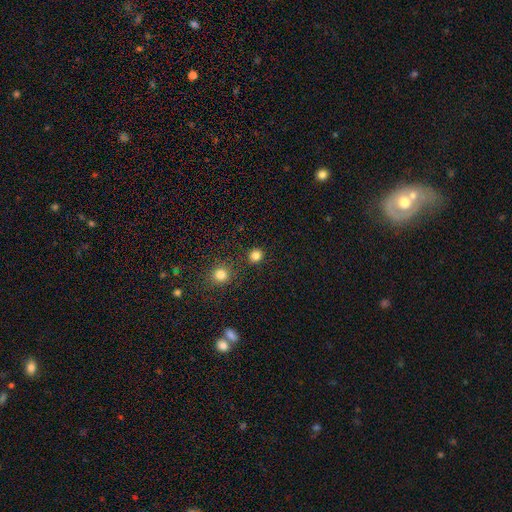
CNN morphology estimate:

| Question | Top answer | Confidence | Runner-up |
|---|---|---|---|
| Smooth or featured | smooth | 82% | star or artifact (14%) |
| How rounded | round | 91% | in between (8%) |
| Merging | none | 89% | minor disturbance (6%) |